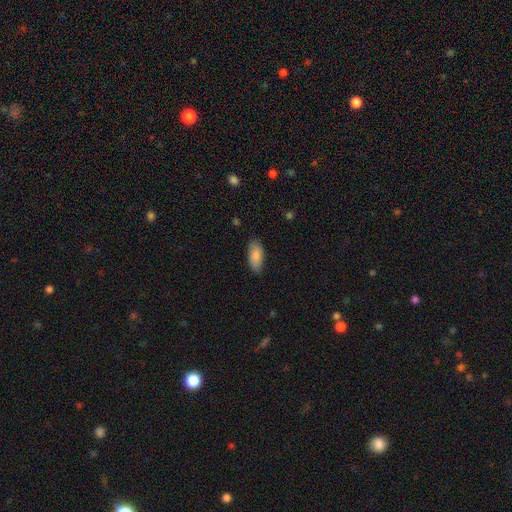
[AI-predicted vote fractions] Smooth or featured: smooth — 86% (featured or disk — 8%)
How rounded: in between — 89% (cigar-shaped — 9%)
Merging: none — 84% (minor disturbance — 13%)